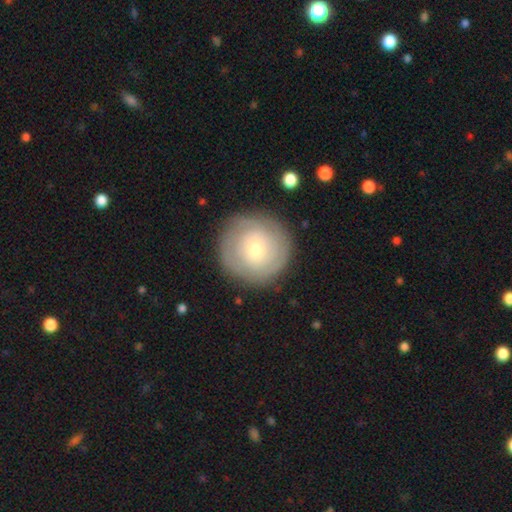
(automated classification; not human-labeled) This appears to be a featured or disk galaxy (47%). Merging: none (85%).